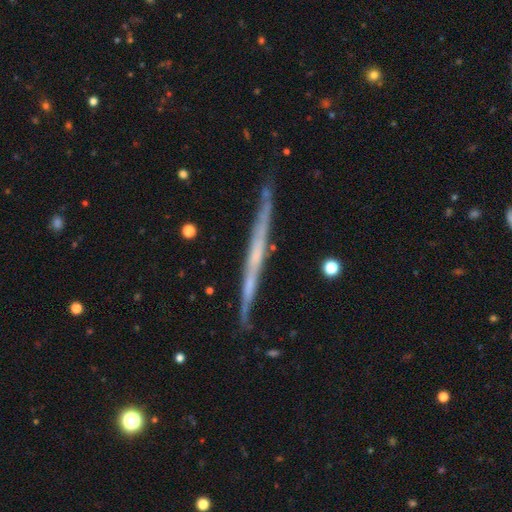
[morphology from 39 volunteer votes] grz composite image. It shows a featured or disk galaxy (74%) viewed edge-on (93%) with no central bulge (96%). Merging: none (86%).